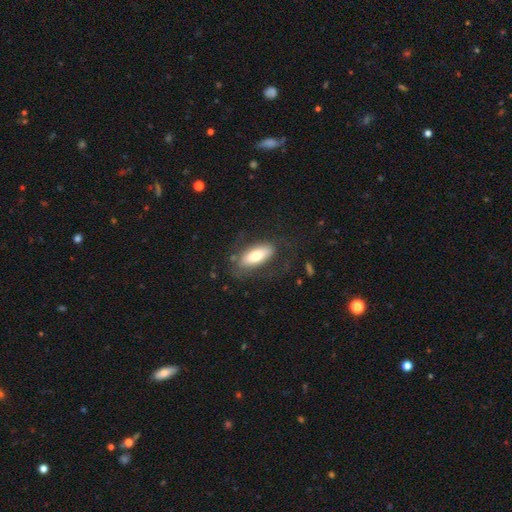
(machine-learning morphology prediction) Smooth or featured? smooth (67%)
How rounded? in between (80%)
Merging? none (66%)